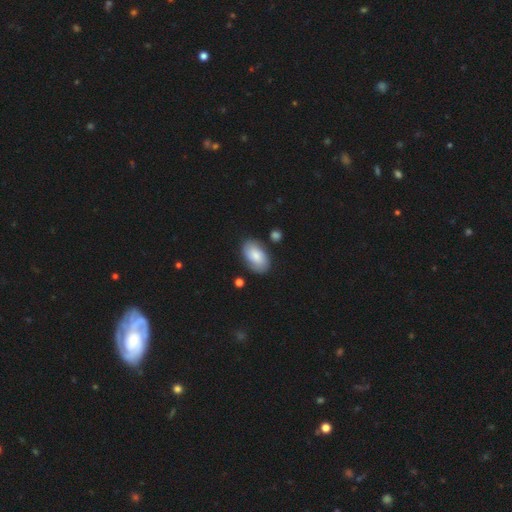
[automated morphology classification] Smooth or featured? Predicted: smooth (p=0.73). How rounded? Predicted: in between (p=0.93). Merging? Predicted: none (p=0.77).